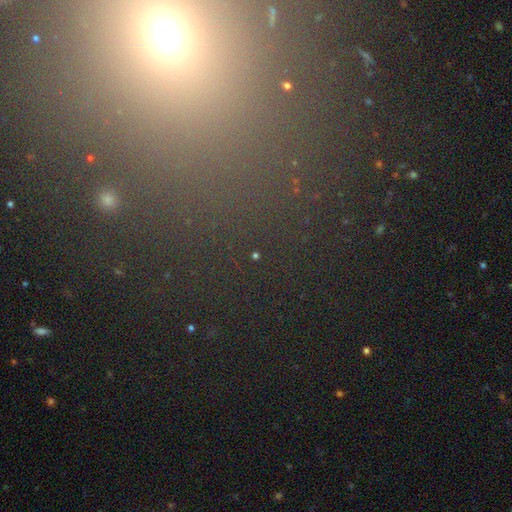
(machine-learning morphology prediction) A star or artifact, not a galaxy (72%).

Vote fractions:
- Smooth or featured? star or artifact: 72% / smooth: 18% / featured or disk: 10%